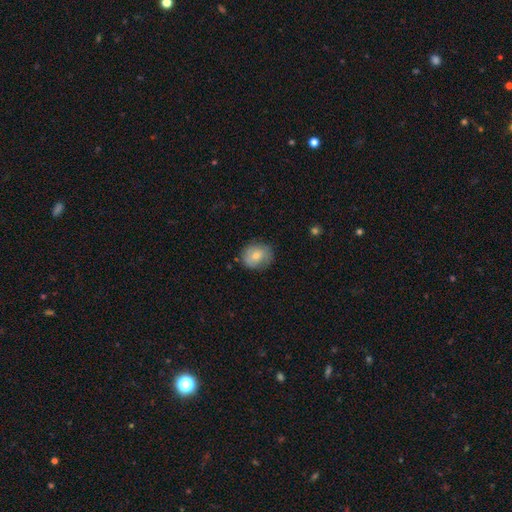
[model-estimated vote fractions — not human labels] smooth 68%, featured or disk 24%, star or artifact 7%. Down the decision tree: how rounded — round (64%); merging — none (75%).